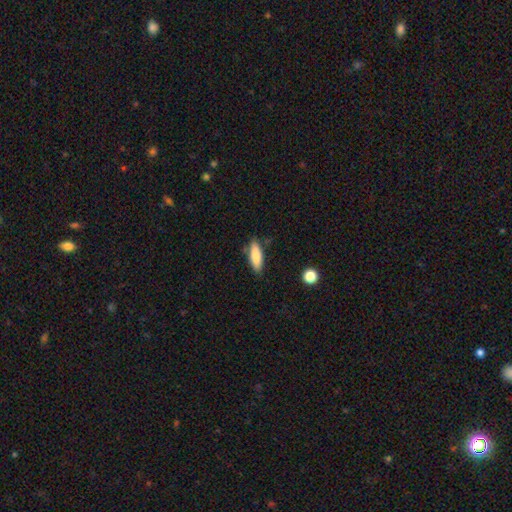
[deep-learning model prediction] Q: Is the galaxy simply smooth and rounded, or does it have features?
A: smooth — 81%.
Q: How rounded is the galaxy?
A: in between — 55%.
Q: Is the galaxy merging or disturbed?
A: none — 79%.